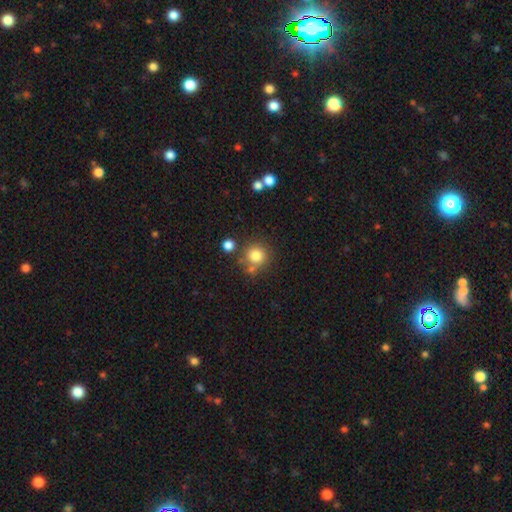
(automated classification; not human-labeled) A smooth galaxy with no disk features (81%) that is round (92%).

Vote fractions:
- Smooth or featured? smooth: 81% / star or artifact: 12% / featured or disk: 8%
- How rounded? round: 92% / in between: 7% / cigar-shaped: 1%
- Merging? none: 71% / merger: 15% / minor disturbance: 11% / major disturbance: 4%